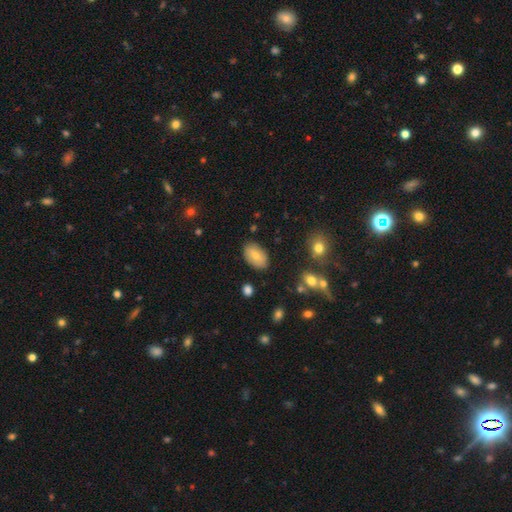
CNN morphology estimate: Smooth or featured?
  - smooth: 74% *
  - featured or disk: 18%
  - star or artifact: 8%
How rounded?
  - in between: 90% *
  - round: 9%
  - cigar-shaped: 1%
Merging?
  - none: 83% *
  - minor disturbance: 12%
  - major disturbance: 3%
  - merger: 2%